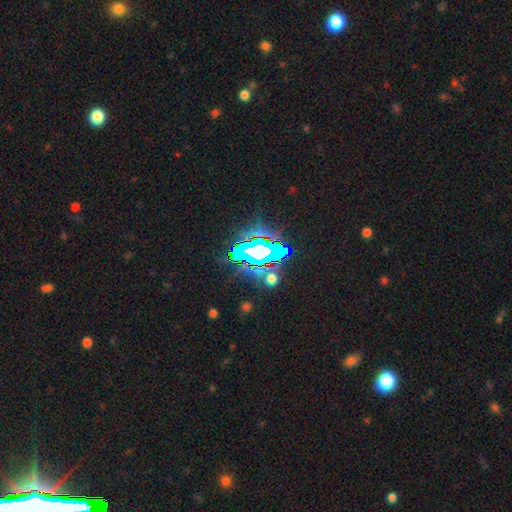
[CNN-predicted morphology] A star or artifact, not a galaxy (64%).

Vote fractions:
- Smooth or featured? star or artifact: 64% / featured or disk: 19% / smooth: 17%